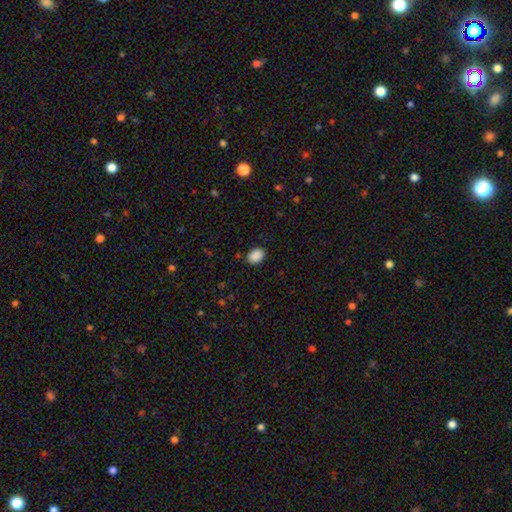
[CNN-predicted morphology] This appears to be a smooth galaxy with no disk features (89%) that is in between round and cigar-shaped (69%). Merging: none (87%).